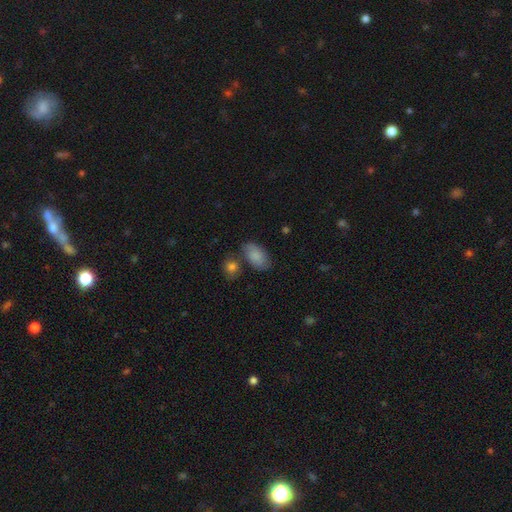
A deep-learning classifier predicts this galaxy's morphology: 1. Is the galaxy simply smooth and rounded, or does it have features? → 84% smooth, 9% featured or disk, 7% star or artifact.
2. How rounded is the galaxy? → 93% in between, 5% round, 2% cigar-shaped.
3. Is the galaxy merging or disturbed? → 66% none, 17% minor disturbance, 12% merger, 5% major disturbance.